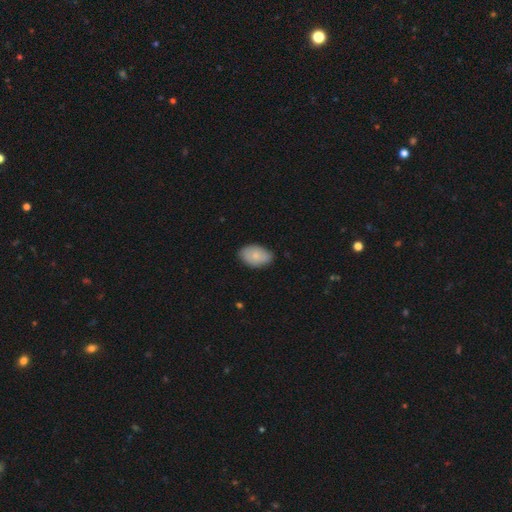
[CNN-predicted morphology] type=smooth (80%); roundness=in between (90%); merging=none (81%).